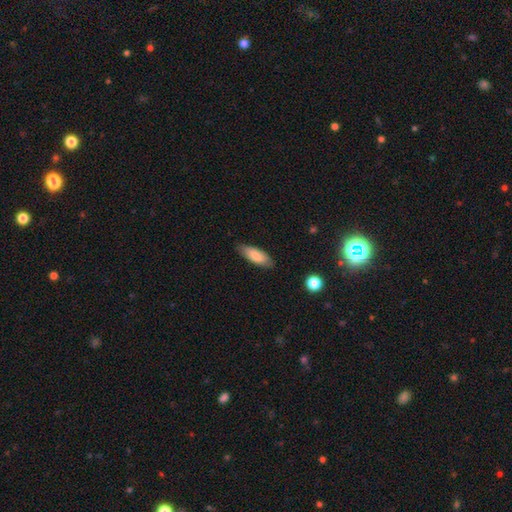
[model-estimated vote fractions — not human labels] smooth 83%, featured or disk 11%, star or artifact 6%. Down the decision tree: how rounded — in between (68%); merging — none (81%).